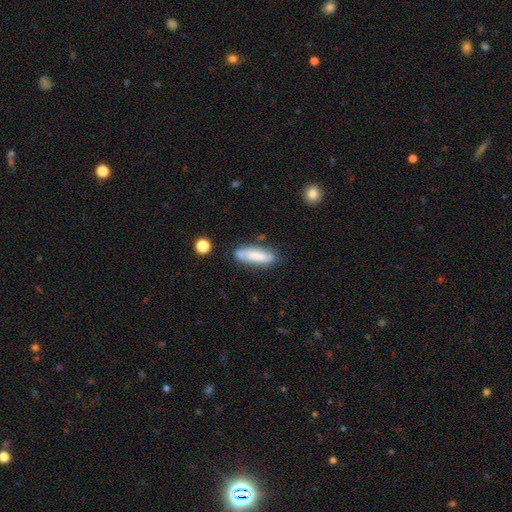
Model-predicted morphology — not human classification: smooth_or_featured: smooth (p=0.70) [alt: featured or disk p=0.23]
how_rounded: in between (p=0.50) [alt: cigar-shaped p=0.48]
merging: none (p=0.66) [alt: minor disturbance p=0.21]